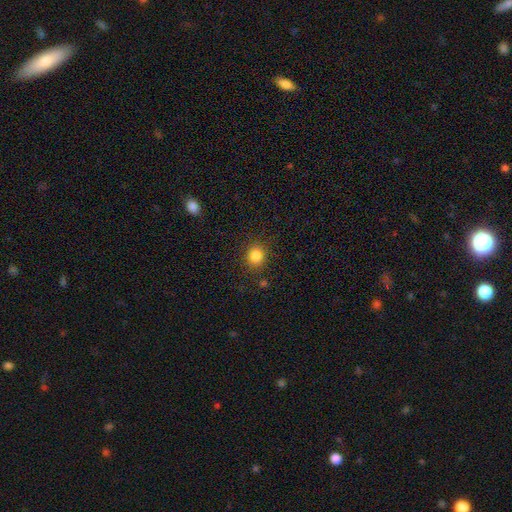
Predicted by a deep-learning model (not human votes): This is clearly a smooth galaxy (84%). How rounded: likely round (79%). Merging: clearly none (85%).